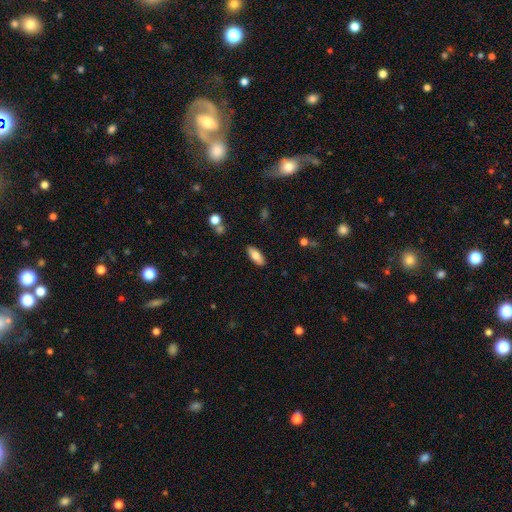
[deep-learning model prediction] Q: Smooth or featured?
A: smooth (75%); runner-up: featured or disk (19%)
Q: How rounded?
A: in between (75%); runner-up: cigar-shaped (22%)
Q: Merging?
A: none (87%); runner-up: minor disturbance (9%)